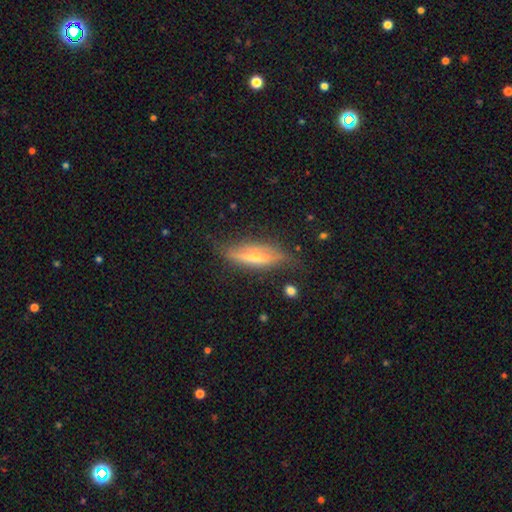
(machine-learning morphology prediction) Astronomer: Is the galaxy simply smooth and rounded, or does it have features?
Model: featured or disk — 58% (runner-up: smooth, 34%).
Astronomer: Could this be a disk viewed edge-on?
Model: yes — 84%.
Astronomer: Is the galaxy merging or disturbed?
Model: none — 73%.